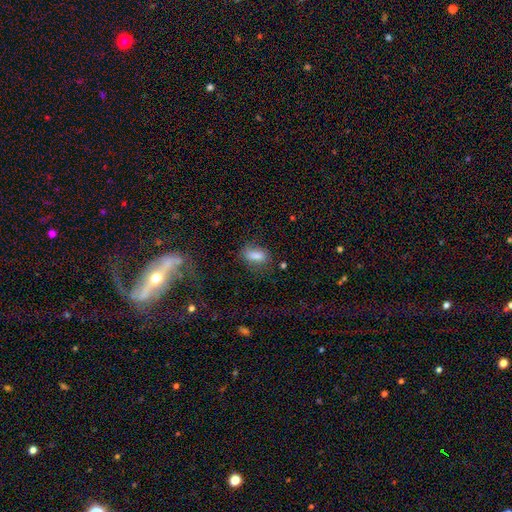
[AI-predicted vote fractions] Overall: smooth (80%). How rounded: in between (82%). Merging: none (66%).